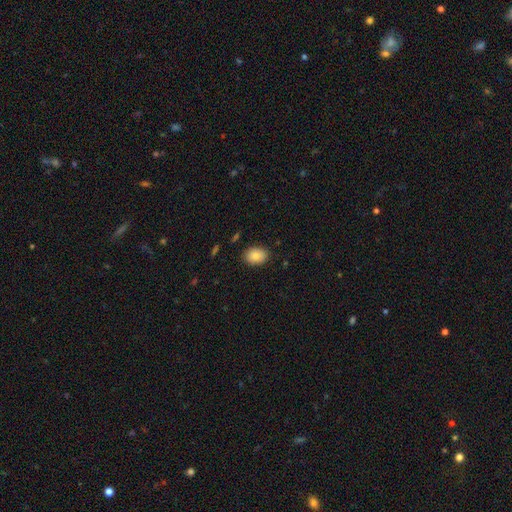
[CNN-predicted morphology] smooth_or_featured: smooth (p=0.83) [alt: featured or disk p=0.09]
how_rounded: in between (p=0.74) [alt: round p=0.25]
merging: none (p=0.86) [alt: minor disturbance p=0.11]